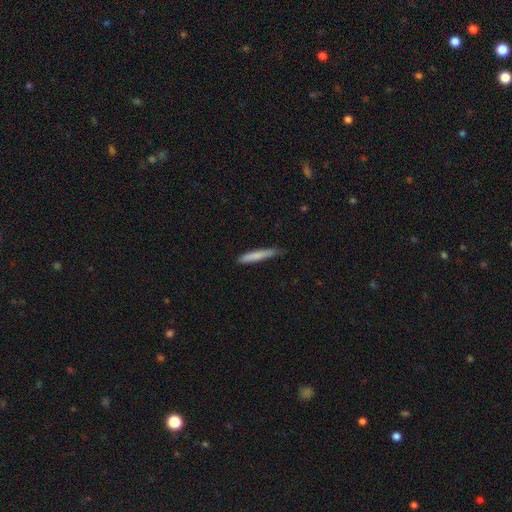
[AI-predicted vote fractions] Smooth or featured?
  - smooth: 78% *
  - featured or disk: 16%
  - star or artifact: 6%
How rounded?
  - cigar-shaped: 94% *
  - in between: 5%
  - round: 1%
Merging?
  - none: 73% *
  - minor disturbance: 23%
  - major disturbance: 3%
  - merger: 1%